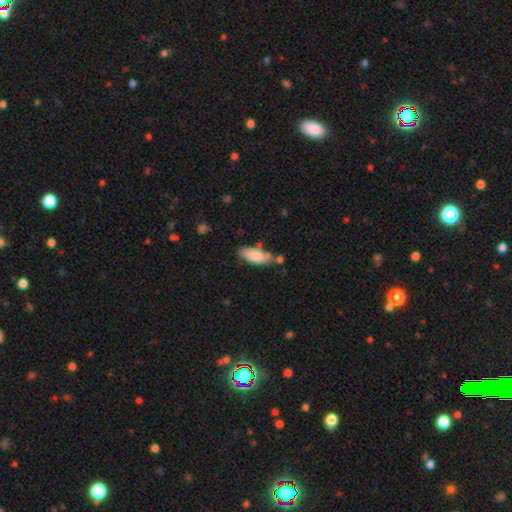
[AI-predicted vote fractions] Smooth or featured: smooth — 84% (featured or disk — 9%)
How rounded: in between — 81% (cigar-shaped — 17%)
Merging: none — 60% (minor disturbance — 22%)